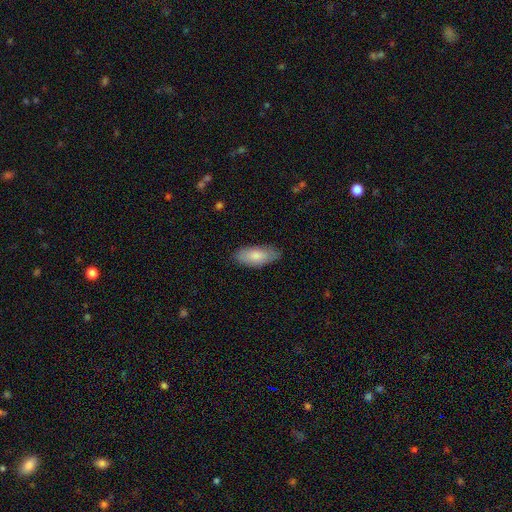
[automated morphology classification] smooth-or-featured: smooth: 83% | featured or disk: 12% | star or artifact: 6%
  how-rounded: in between: 87% | cigar-shaped: 11% | round: 2%
  merging: none: 80% | minor disturbance: 16% | major disturbance: 3% | merger: 1%